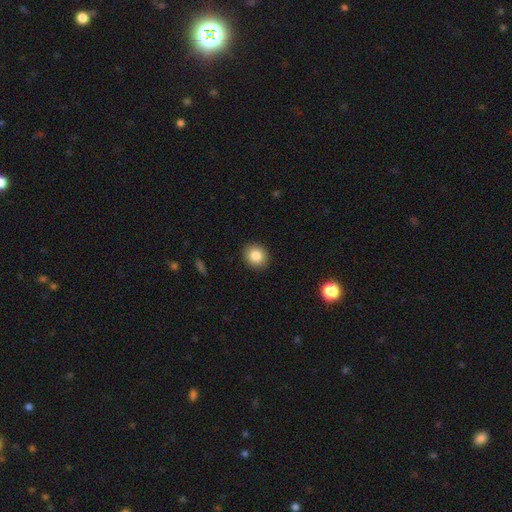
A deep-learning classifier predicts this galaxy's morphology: This appears to be a smooth galaxy with no disk features (84%) that is round (82%). Merging: none (91%).